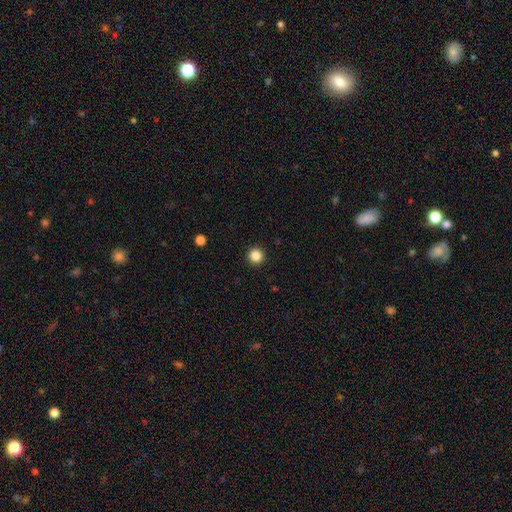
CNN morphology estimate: Smooth or featured?
  - smooth: 85% *
  - star or artifact: 11%
  - featured or disk: 3%
How rounded?
  - round: 96% *
  - in between: 3%
  - cigar-shaped: 1%
Merging?
  - none: 93% *
  - minor disturbance: 4%
  - major disturbance: 2%
  - merger: 1%